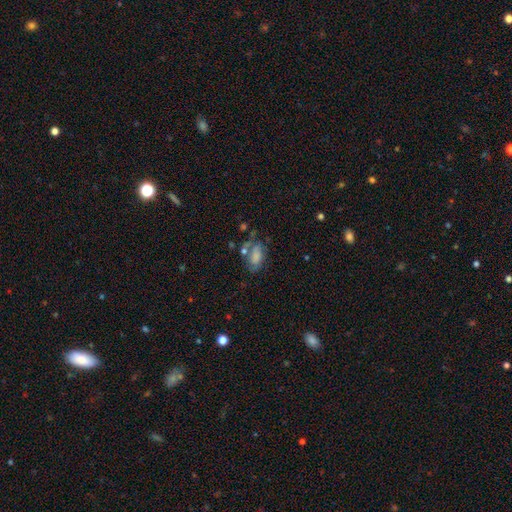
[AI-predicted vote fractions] Smooth or featured?
  - smooth: 65% *
  - featured or disk: 25%
  - star or artifact: 10%
How rounded?
  - in between: 89% *
  - round: 7%
  - cigar-shaped: 4%
Merging?
  - none: 41% *
  - minor disturbance: 25%
  - major disturbance: 20%
  - merger: 14%